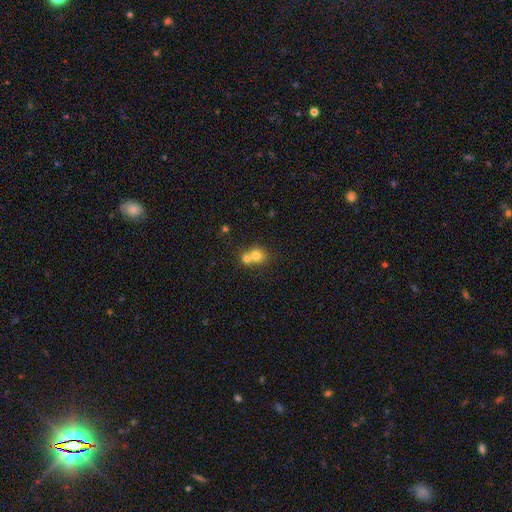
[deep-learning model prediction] The model was most divided on "merging": merger: 58%, none: 34%, minor disturbance: 6%, major disturbance: 2%. More confident: how rounded — round (79%); smooth or featured — smooth (75%).